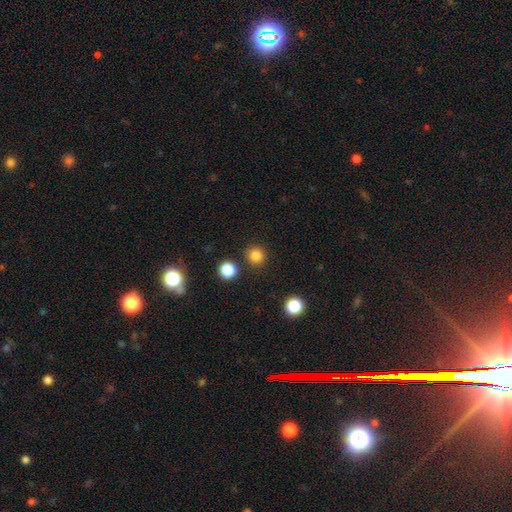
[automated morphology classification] This appears to be a smooth galaxy with no disk features (83%) that is round (94%). Merging: none (88%).